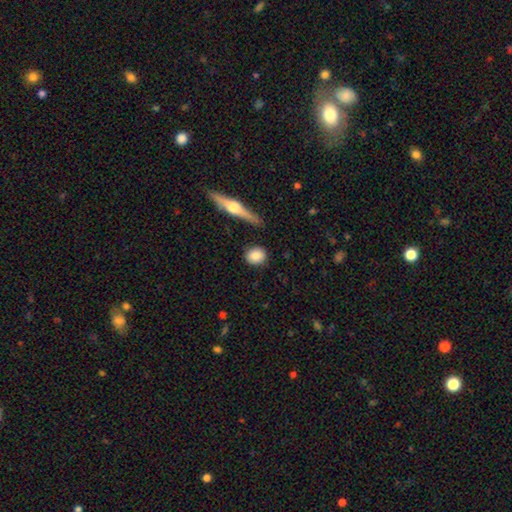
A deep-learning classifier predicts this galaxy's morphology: Overall: smooth (83%). How rounded: round (73%). Merging: none (87%).